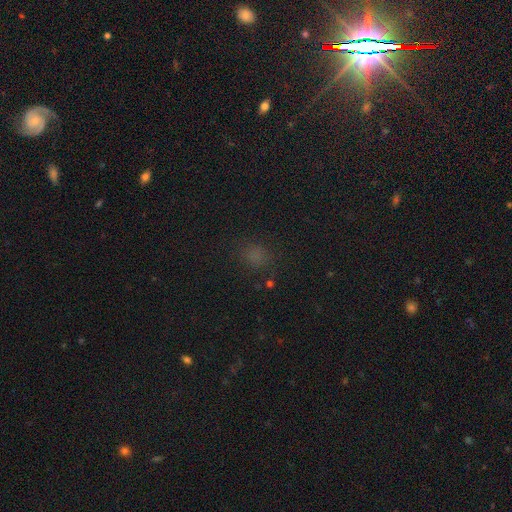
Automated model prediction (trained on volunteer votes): A smooth galaxy with no disk features (68%) that is round (70%).

Vote fractions:
- Smooth or featured? smooth: 68% / star or artifact: 26% / featured or disk: 5%
- How rounded? round: 70% / in between: 29% / cigar-shaped: 1%
- Merging? none: 81% / minor disturbance: 12% / major disturbance: 4% / merger: 2%